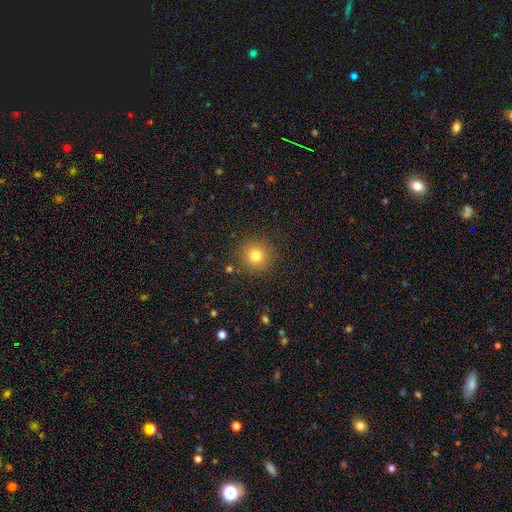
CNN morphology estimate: Smooth or featured? Predicted: smooth (p=0.79). How rounded? Predicted: round (p=0.93). Merging? Predicted: none (p=0.88).